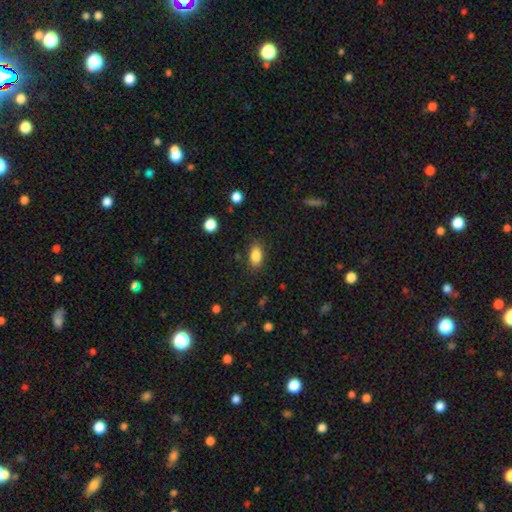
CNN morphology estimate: A smooth galaxy with no disk features (85%) that is in between round and cigar-shaped (88%).

Vote fractions:
- Smooth or featured? smooth: 85% / star or artifact: 9% / featured or disk: 6%
- How rounded? in between: 88% / round: 8% / cigar-shaped: 4%
- Merging? none: 84% / minor disturbance: 12% / major disturbance: 3% / merger: 1%